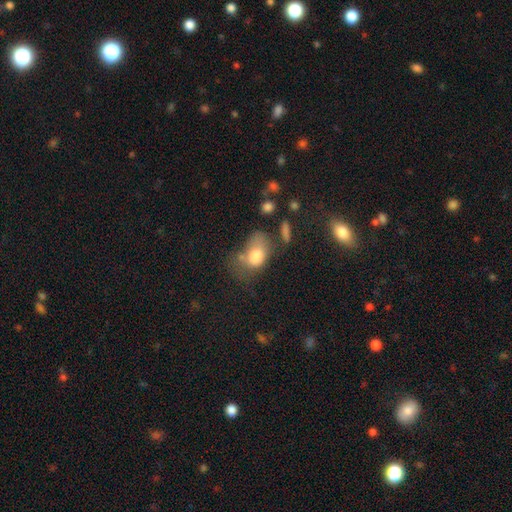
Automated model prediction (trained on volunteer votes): A smooth galaxy with no disk features (74%) that is in between round and cigar-shaped (78%).

Vote fractions:
- Smooth or featured? smooth: 74% / featured or disk: 16% / star or artifact: 10%
- How rounded? in between: 78% / round: 21% / cigar-shaped: 2%
- Merging? major disturbance: 33% / minor disturbance: 26% / none: 25% / merger: 16%